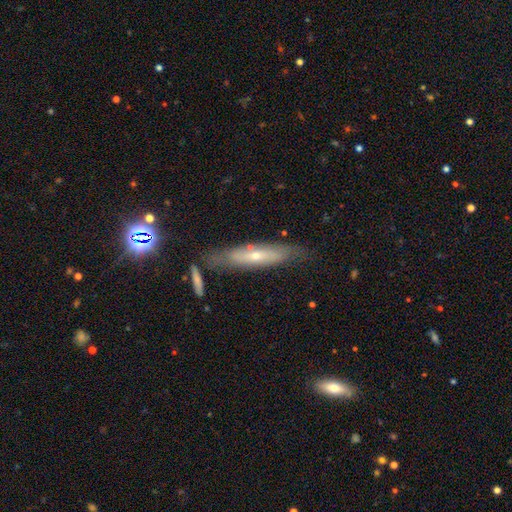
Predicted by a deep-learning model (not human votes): Morphology: type=featured or disk (56%); edge-on=yes (63%); merging=none (72%).